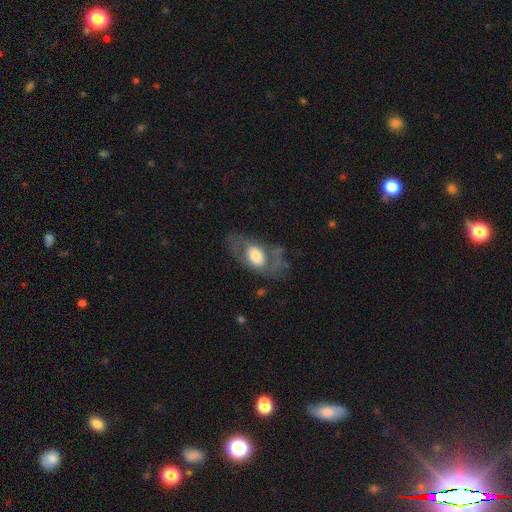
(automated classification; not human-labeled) This appears to be a featured or disk galaxy (50%). Merging: none (58%).